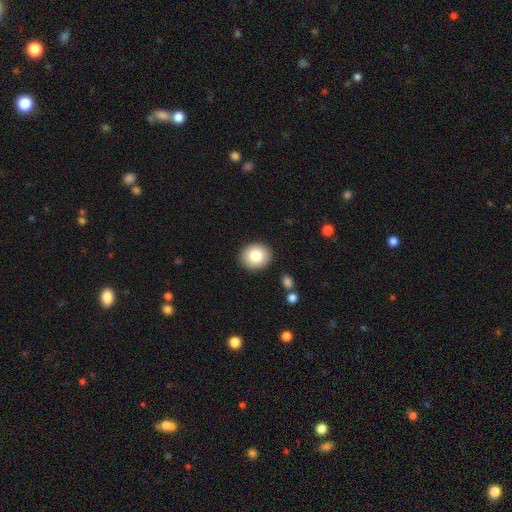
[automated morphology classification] A smooth galaxy with no disk features (81%) that is round (79%).

Vote fractions:
- Smooth or featured? smooth: 81% / featured or disk: 11% / star or artifact: 9%
- How rounded? round: 79% / in between: 20% / cigar-shaped: 1%
- Merging? none: 90% / minor disturbance: 6% / major disturbance: 2% / merger: 2%